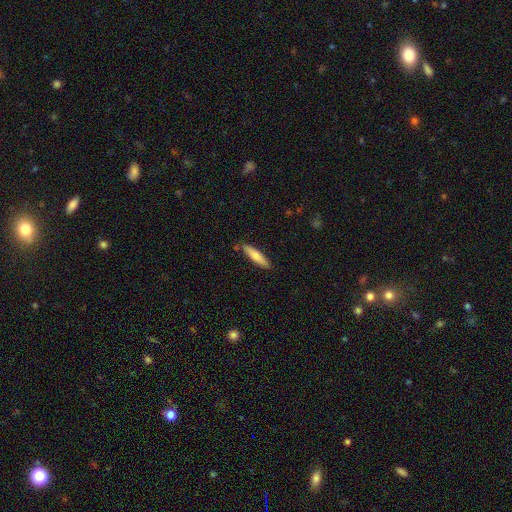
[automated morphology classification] smooth-or-featured: smooth: 71% | featured or disk: 23% | star or artifact: 6%
  how-rounded: cigar-shaped: 78% | in between: 20% | round: 1%
  merging: none: 84% | minor disturbance: 11% | merger: 2% | major disturbance: 2%